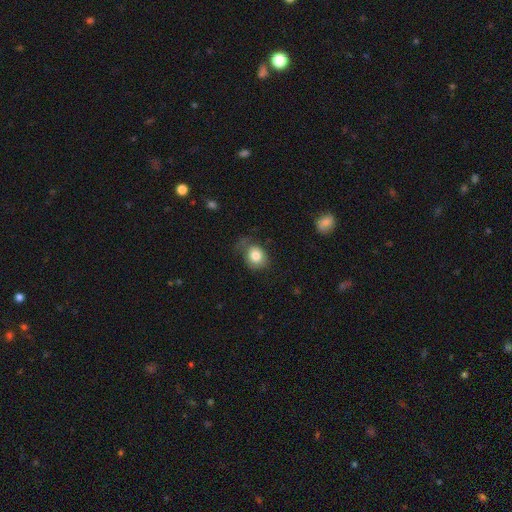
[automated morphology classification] smooth 80%, featured or disk 11%, star or artifact 9%. Down the decision tree: how rounded — round (66%); merging — none (56%).